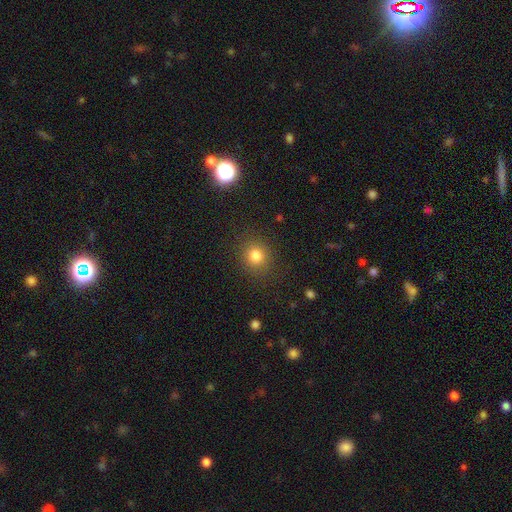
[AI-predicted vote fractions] A smooth galaxy with no disk features (81%) that is round (82%).

Vote fractions:
- Smooth or featured? smooth: 81% / star or artifact: 13% / featured or disk: 6%
- How rounded? round: 82% / in between: 17% / cigar-shaped: 1%
- Merging? none: 86% / minor disturbance: 9% / major disturbance: 4% / merger: 1%